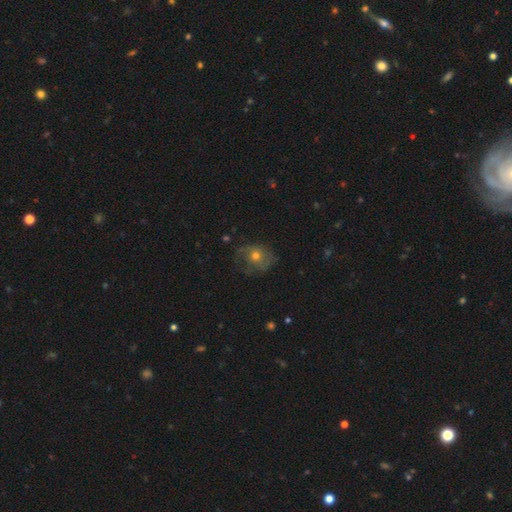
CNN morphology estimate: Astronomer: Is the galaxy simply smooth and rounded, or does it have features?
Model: featured or disk — 46% (runner-up: smooth, 42%).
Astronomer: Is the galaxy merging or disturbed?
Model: none — 56%.